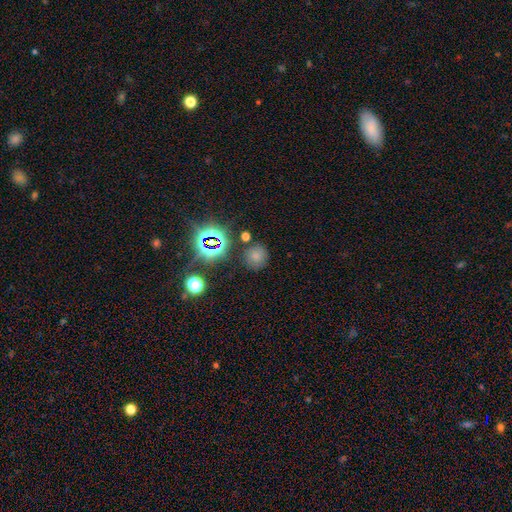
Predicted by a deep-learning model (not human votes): Morphology: type=smooth (66%); roundness=round (90%); merging=none (80%).